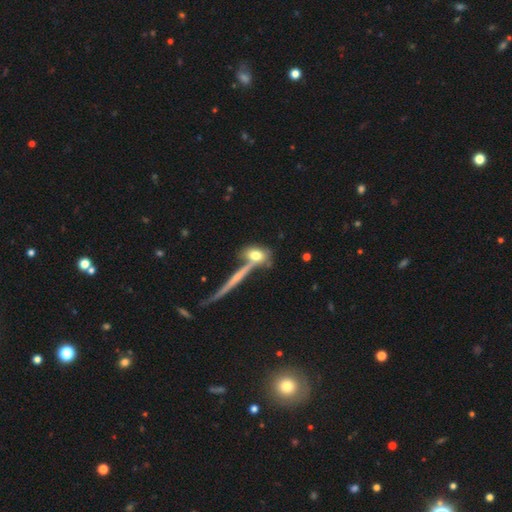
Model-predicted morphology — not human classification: A smooth galaxy with no disk features (69%) that is in between round and cigar-shaped (57%).

Vote fractions:
- Smooth or featured? smooth: 69% / featured or disk: 22% / star or artifact: 9%
- How rounded? in between: 57% / round: 25% / cigar-shaped: 18%
- Merging? none: 52% / merger: 24% / minor disturbance: 15% / major disturbance: 9%